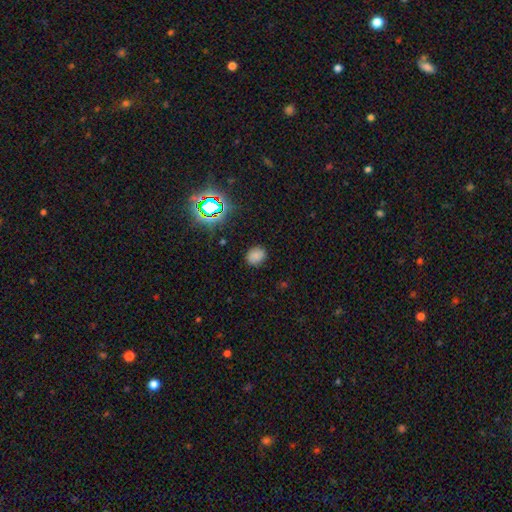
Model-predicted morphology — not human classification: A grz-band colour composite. It shows a smooth galaxy with no disk features (75%) that is round (54%). Merging: none (84%).